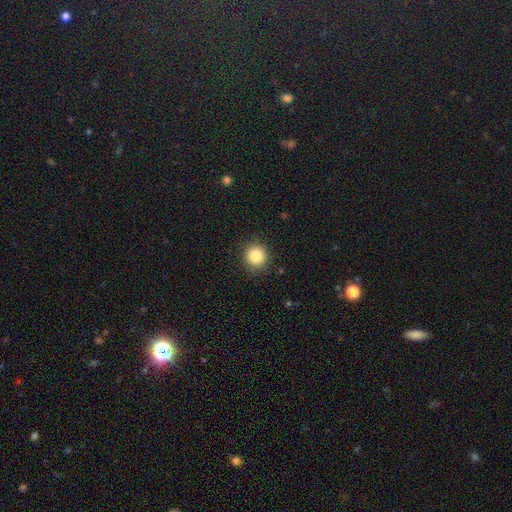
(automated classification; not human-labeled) Smooth or featured: smooth — 85% (star or artifact — 10%)
How rounded: round — 93% (in between — 6%)
Merging: none — 90% (minor disturbance — 7%)